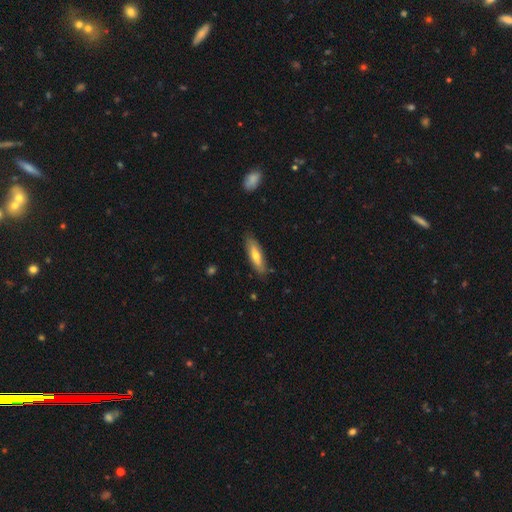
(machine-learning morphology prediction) type=smooth (56%); roundness=cigar-shaped (63%); merging=none (82%).